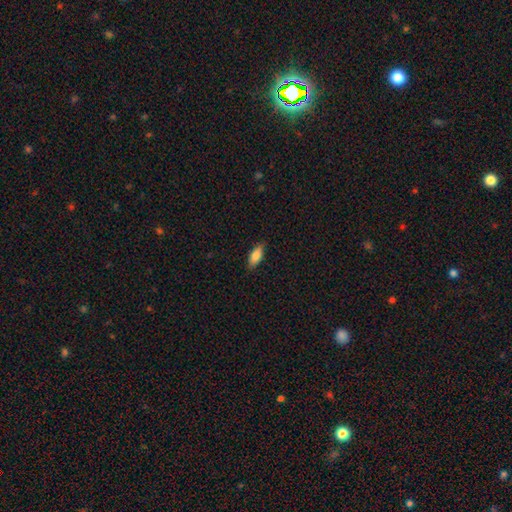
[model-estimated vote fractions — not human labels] smooth-or-featured: smooth: 82% | featured or disk: 11% | star or artifact: 7%
  how-rounded: in between: 78% | cigar-shaped: 20% | round: 2%
  merging: none: 84% | minor disturbance: 13% | major disturbance: 2% | merger: 1%